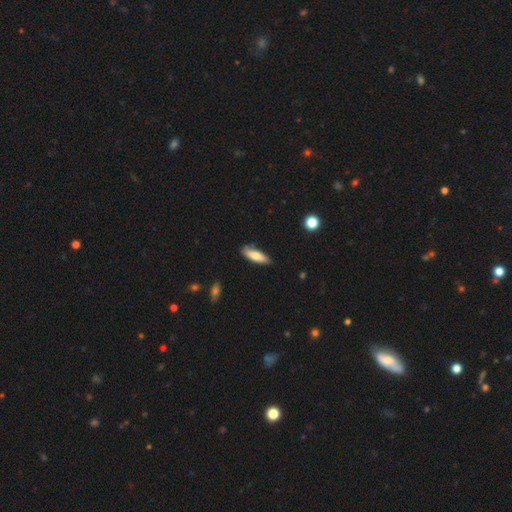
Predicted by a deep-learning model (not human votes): smooth_or_featured: smooth (p=0.72) [alt: featured or disk p=0.22]
how_rounded: in between (p=0.49) [tied with: cigar-shaped p=0.49]
merging: none (p=0.79) [alt: minor disturbance p=0.17]